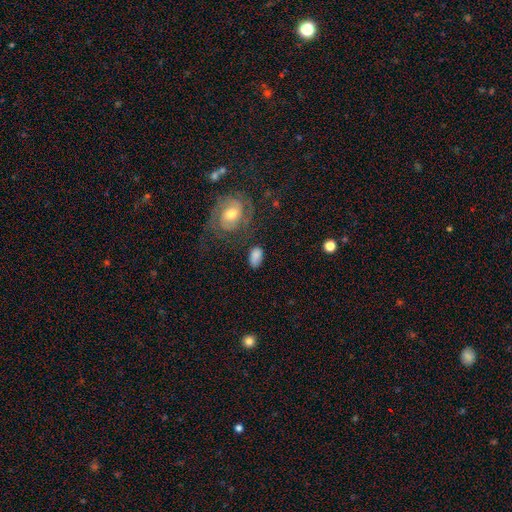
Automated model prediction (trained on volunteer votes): Overall: smooth (77%). How rounded: in between (90%). Merging: none (68%).